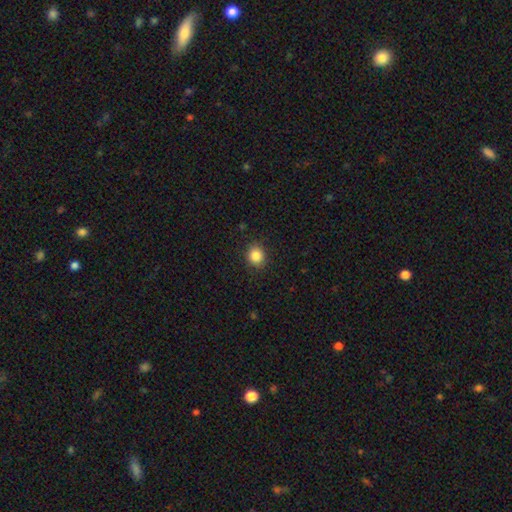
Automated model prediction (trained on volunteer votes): This appears to be a smooth galaxy with no disk features (85%) that is round (77%). Merging: none (89%).